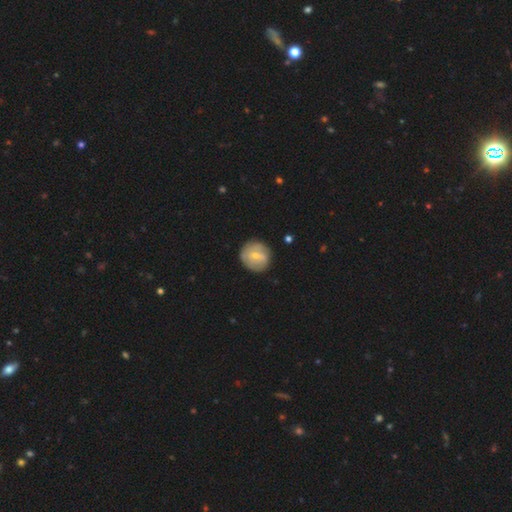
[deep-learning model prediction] A smooth galaxy with no disk features (49%). Merging: none (82%).